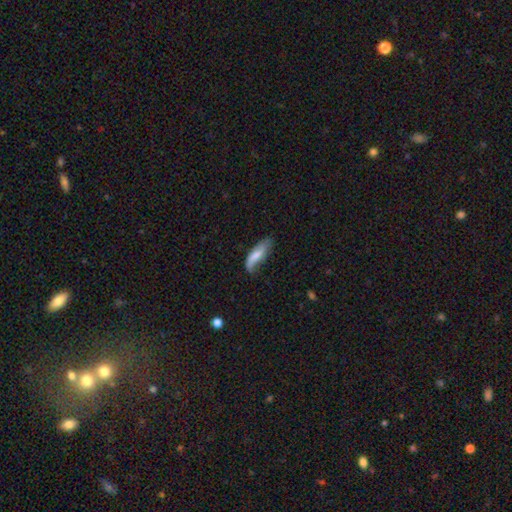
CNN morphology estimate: Smooth or featured: smooth — 63% (featured or disk — 31%)
How rounded: in between — 58% (cigar-shaped — 40%)
Merging: none — 44% (minor disturbance — 37%)